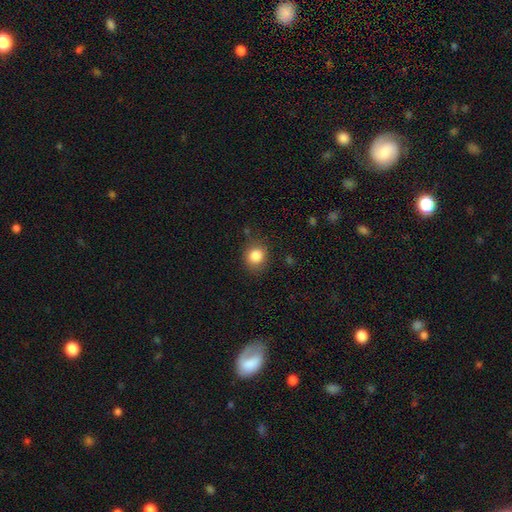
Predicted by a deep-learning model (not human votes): Overall: smooth (85%). How rounded: round (77%). Merging: none (81%).